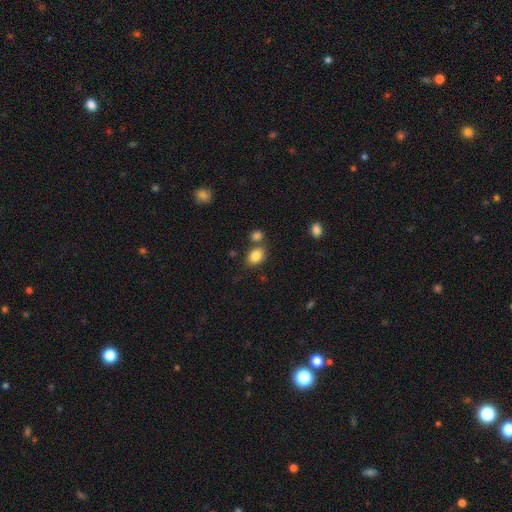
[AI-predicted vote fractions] Smooth or featured: smooth — 84% (star or artifact — 9%)
How rounded: in between — 66% (round — 33%)
Merging: none — 66% (merger — 19%)